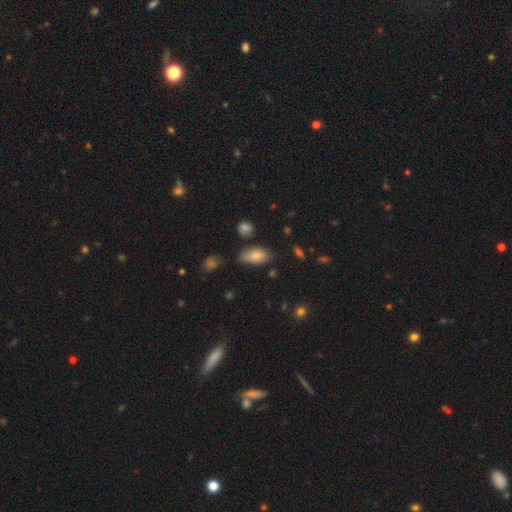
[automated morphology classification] Overall: smooth (78%). How rounded: in between (91%). Merging: none (63%; minor disturbance 27%).